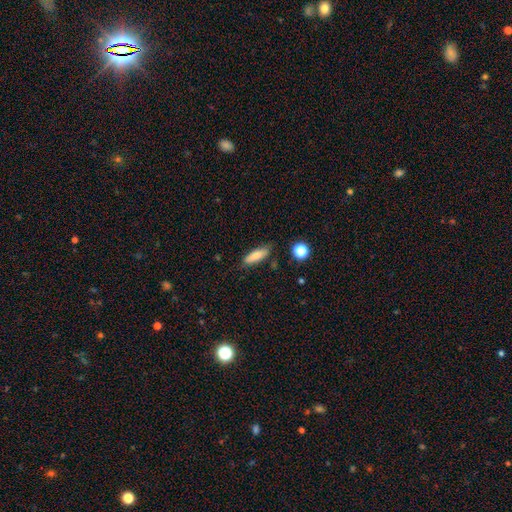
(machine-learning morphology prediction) A smooth galaxy with no disk features (80%) that is cigar-shaped (52%).

Vote fractions:
- Smooth or featured? smooth: 80% / featured or disk: 12% / star or artifact: 8%
- How rounded? cigar-shaped: 52% / in between: 46% / round: 3%
- Merging? none: 78% / minor disturbance: 16% / major disturbance: 3% / merger: 3%